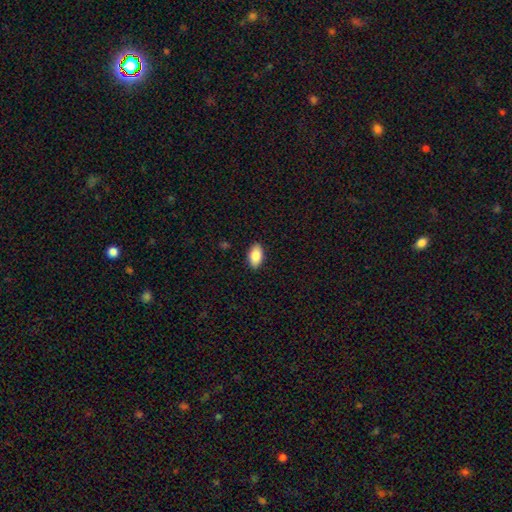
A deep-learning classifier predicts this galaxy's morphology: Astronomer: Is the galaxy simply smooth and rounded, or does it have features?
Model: smooth — 86%.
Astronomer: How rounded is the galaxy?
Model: in between — 94%.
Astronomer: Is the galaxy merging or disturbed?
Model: none — 90%.